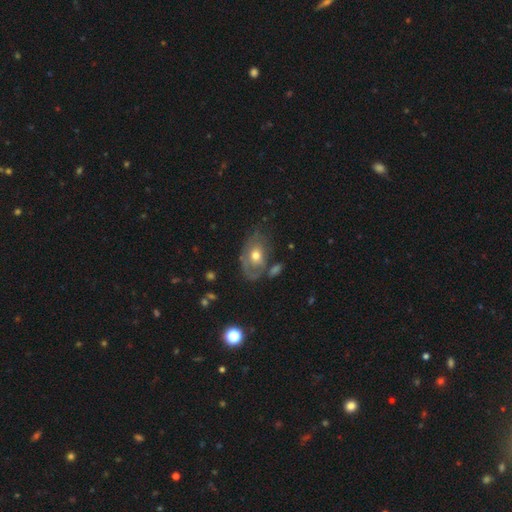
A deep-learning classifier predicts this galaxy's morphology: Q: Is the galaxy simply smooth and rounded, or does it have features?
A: smooth — 48%.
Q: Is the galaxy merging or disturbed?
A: none — 45%.